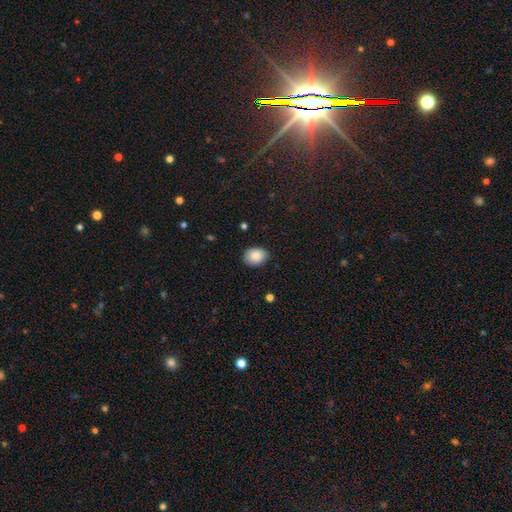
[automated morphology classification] smooth 87%, star or artifact 8%, featured or disk 5%. Down the decision tree: how rounded — in between (58%); merging — none (84%).